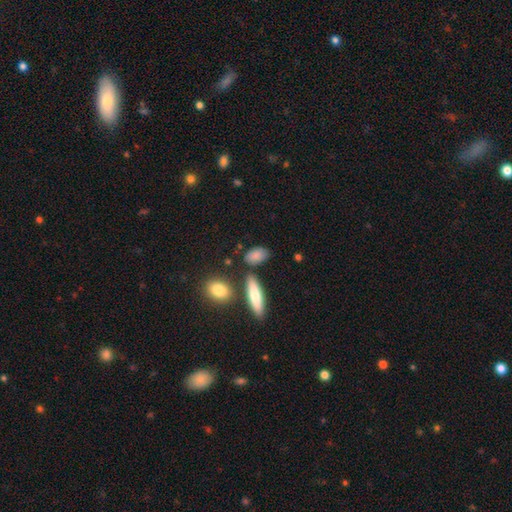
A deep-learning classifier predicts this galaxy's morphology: Smooth or featured? smooth (83%)
How rounded? in between (83%)
Merging? none (71%)